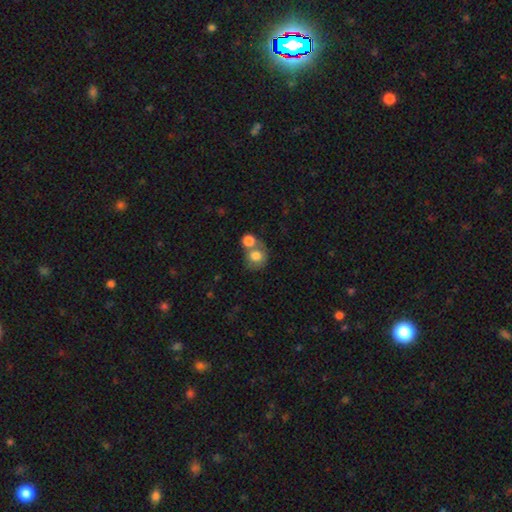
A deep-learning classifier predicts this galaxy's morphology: Smooth or featured?
  - smooth: 79% *
  - featured or disk: 13%
  - star or artifact: 8%
How rounded?
  - round: 76% *
  - in between: 23%
  - cigar-shaped: 1%
Merging?
  - merger: 52% *
  - none: 34%
  - minor disturbance: 9%
  - major disturbance: 5%